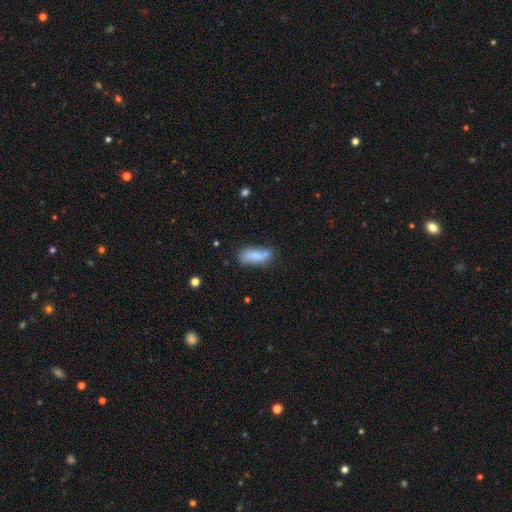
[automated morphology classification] A smooth galaxy with no disk features (73%) that is in between round and cigar-shaped (77%).

Vote fractions:
- Smooth or featured? smooth: 73% / featured or disk: 19% / star or artifact: 8%
- How rounded? in between: 77% / cigar-shaped: 20% / round: 3%
- Merging? none: 48% / minor disturbance: 24% / merger: 20% / major disturbance: 9%